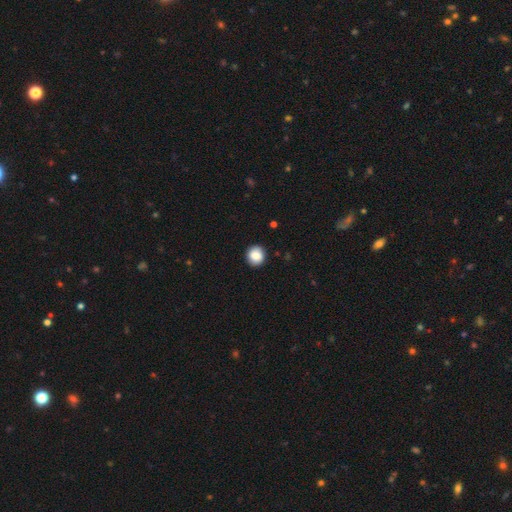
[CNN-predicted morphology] smooth_or_featured: smooth (p=0.87) [alt: star or artifact p=0.08]
how_rounded: round (p=0.88) [alt: in between p=0.11]
merging: none (p=0.90) [alt: minor disturbance p=0.07]